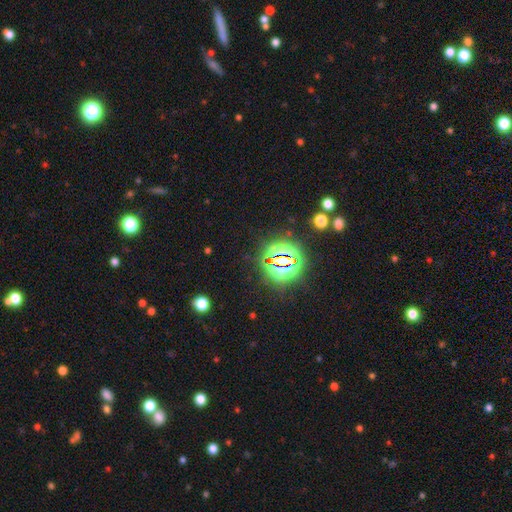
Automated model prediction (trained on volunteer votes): smooth_or_featured: star or artifact (p=0.83) [alt: smooth p=0.10]